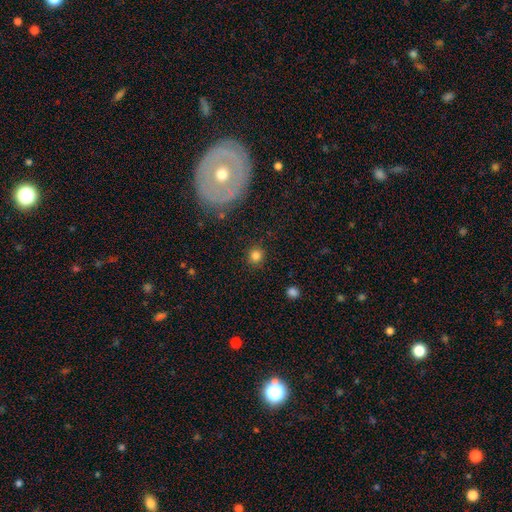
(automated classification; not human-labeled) Smooth or featured: smooth — 82% (star or artifact — 13%)
How rounded: round — 92% (in between — 7%)
Merging: none — 88% (minor disturbance — 7%)